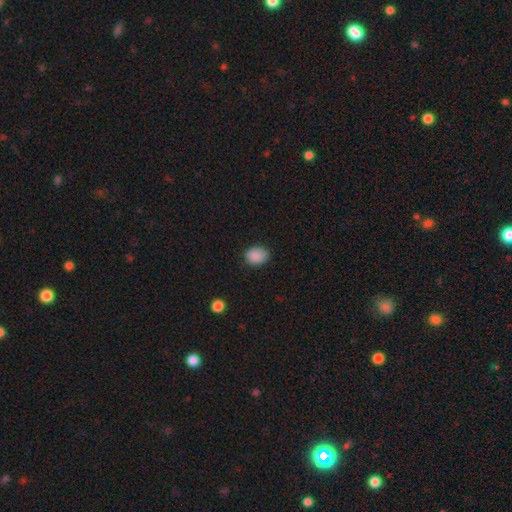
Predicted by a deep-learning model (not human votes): Smooth or featured?
  - smooth: 87% *
  - star or artifact: 9%
  - featured or disk: 4%
How rounded?
  - in between: 55% *
  - round: 44%
  - cigar-shaped: 1%
Merging?
  - none: 80% *
  - minor disturbance: 16%
  - major disturbance: 3%
  - merger: 1%